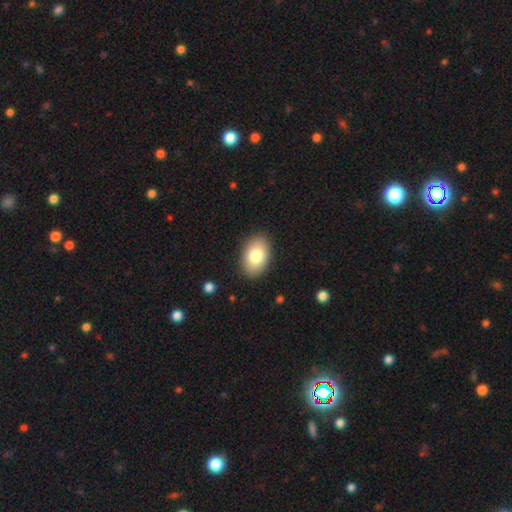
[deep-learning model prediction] Smooth or featured? smooth (79%)
How rounded? in between (89%)
Merging? none (89%)